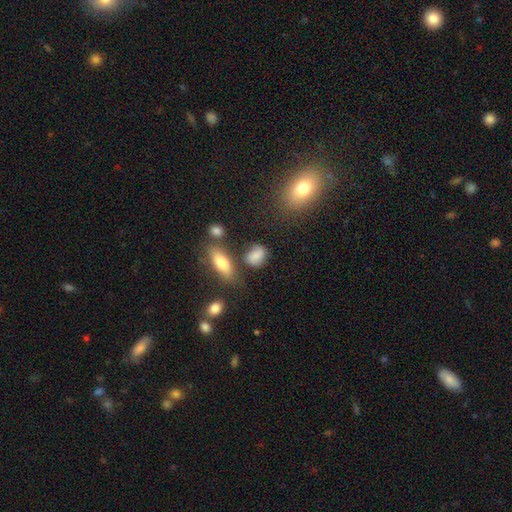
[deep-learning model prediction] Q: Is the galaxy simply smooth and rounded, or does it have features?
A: smooth — 78%.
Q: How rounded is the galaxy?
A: in between — 60%.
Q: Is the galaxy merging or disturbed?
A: none — 64%.